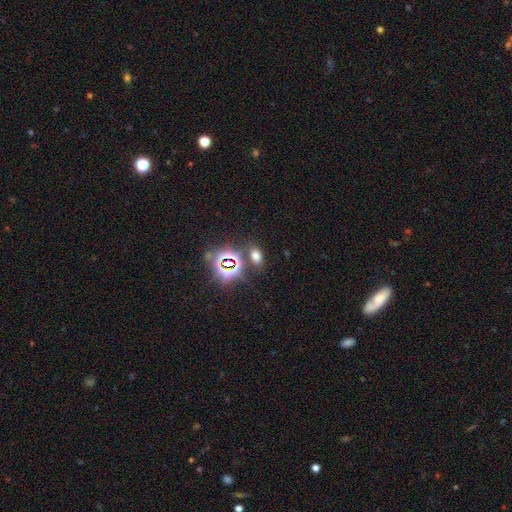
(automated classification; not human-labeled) smooth_or_featured: smooth (p=0.58) [alt: star or artifact p=0.35]
how_rounded: in between (p=0.83) [alt: round p=0.14]
merging: none (p=0.78) [alt: minor disturbance p=0.10]